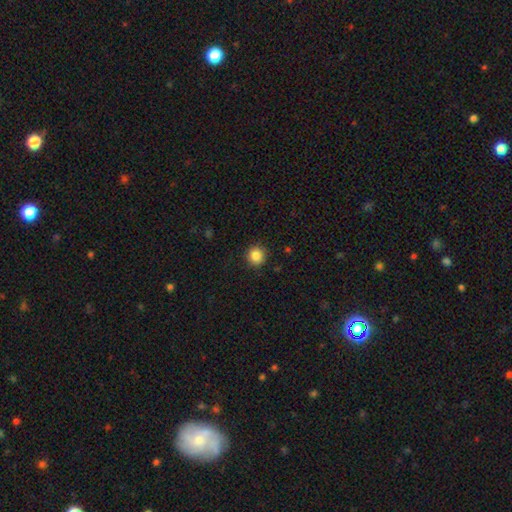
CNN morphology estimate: This appears to be a smooth galaxy with no disk features (86%) that is round (92%). Merging: none (90%).